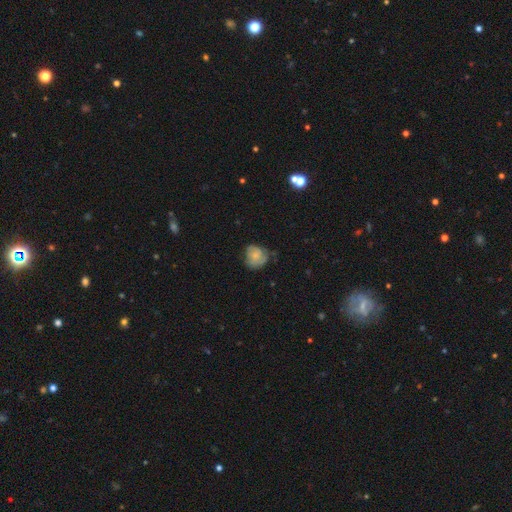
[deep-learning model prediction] Morphology: type=smooth (62%); roundness=round (69%); merging=none (47%).